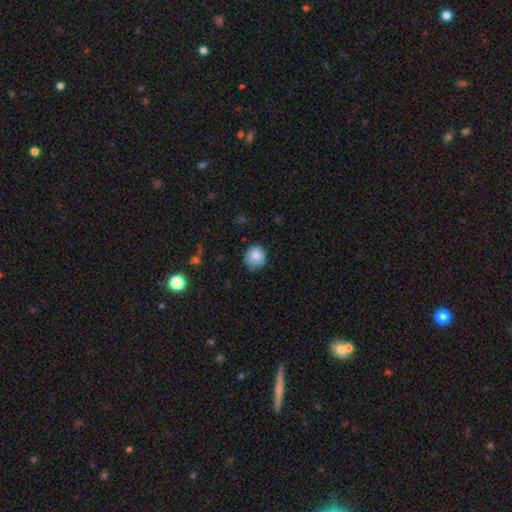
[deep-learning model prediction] A smooth galaxy with no disk features (83%) that is round (90%). Merging: none (79%).